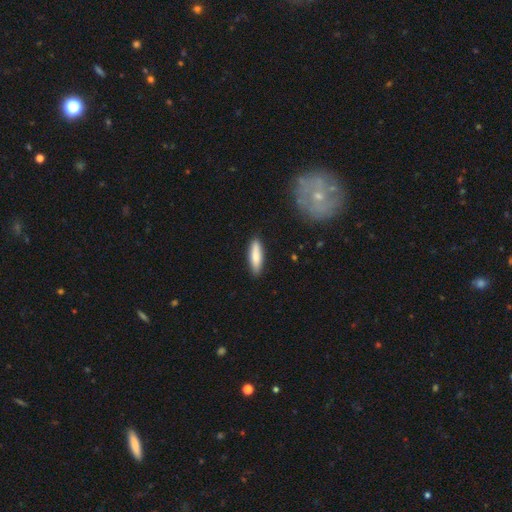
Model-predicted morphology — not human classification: This appears to be a smooth galaxy with no disk features (78%) that is cigar-shaped (67%). Merging: none (87%).